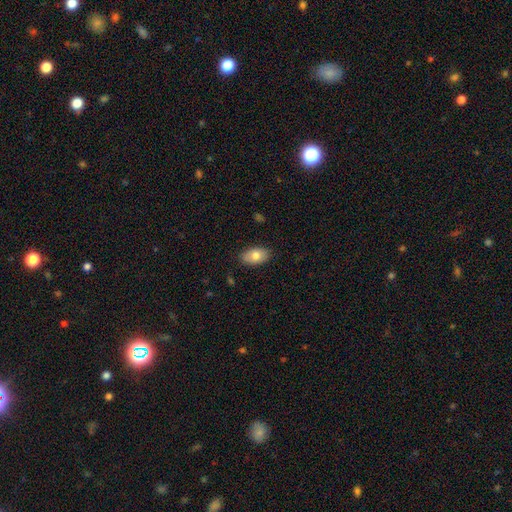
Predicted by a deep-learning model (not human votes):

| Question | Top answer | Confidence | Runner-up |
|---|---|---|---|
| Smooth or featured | smooth | 76% | featured or disk (17%) |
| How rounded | in between | 92% | round (6%) |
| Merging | none | 86% | minor disturbance (11%) |